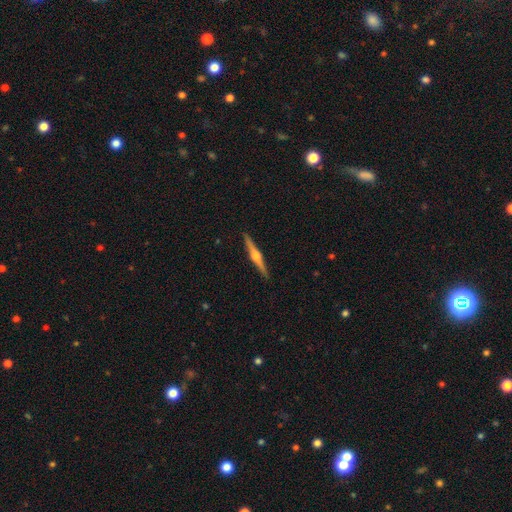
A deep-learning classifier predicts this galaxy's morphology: A featured or disk galaxy (80%) viewed edge-on (98%) with a rounded central bulge (94%).

Vote fractions:
- Smooth or featured? featured or disk: 80% / smooth: 15% / star or artifact: 5%
- Edge-on disk? yes: 98% / no: 2%
- Edge-on bulge? rounded: 94% / boxy: 4% / none: 2%
- Merging? none: 92% / minor disturbance: 6% / major disturbance: 1% / merger: 1%